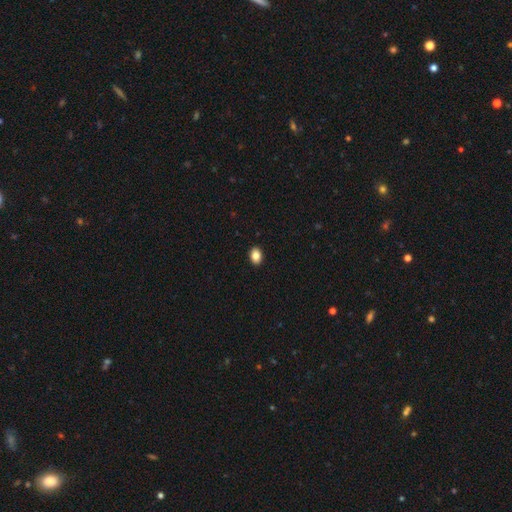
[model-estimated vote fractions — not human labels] smooth 86%, star or artifact 9%, featured or disk 6%. Down the decision tree: how rounded — in between (75%); merging — none (91%).